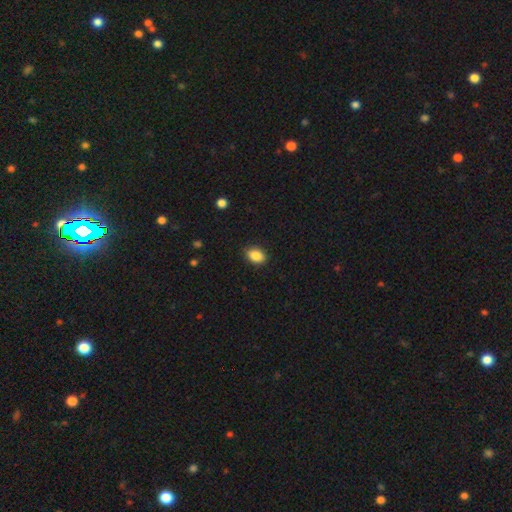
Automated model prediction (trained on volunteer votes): Overall: smooth (87%). How rounded: in between (80%). Merging: none (88%).